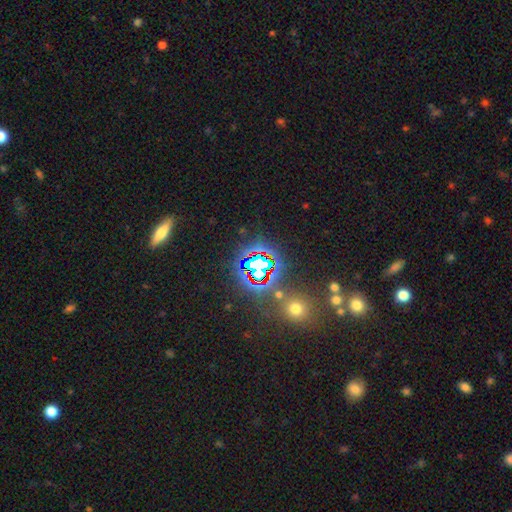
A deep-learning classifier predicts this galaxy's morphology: Overall: star or artifact (73%).